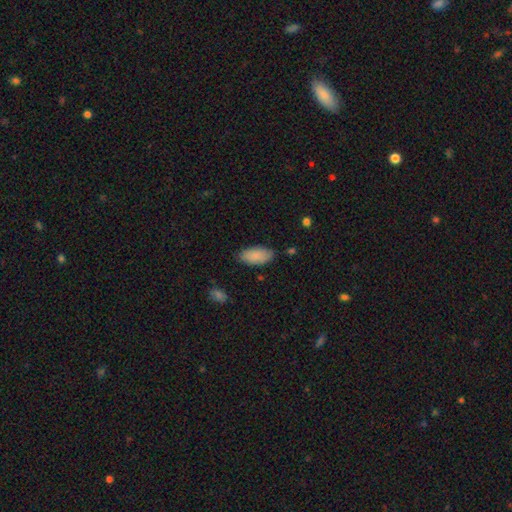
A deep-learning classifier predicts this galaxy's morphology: type=smooth (88%); roundness=in between (91%); merging=none (81%).